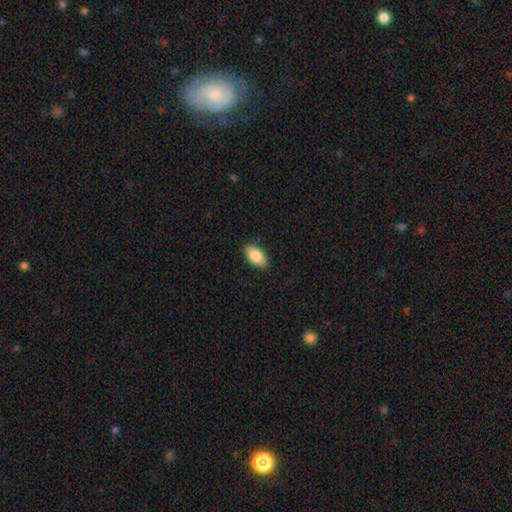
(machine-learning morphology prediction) A smooth galaxy with no disk features (82%) that is in between round and cigar-shaped (93%).

Vote fractions:
- Smooth or featured? smooth: 82% / featured or disk: 12% / star or artifact: 7%
- How rounded? in between: 93% / round: 4% / cigar-shaped: 3%
- Merging? none: 87% / minor disturbance: 10% / major disturbance: 2% / merger: 1%